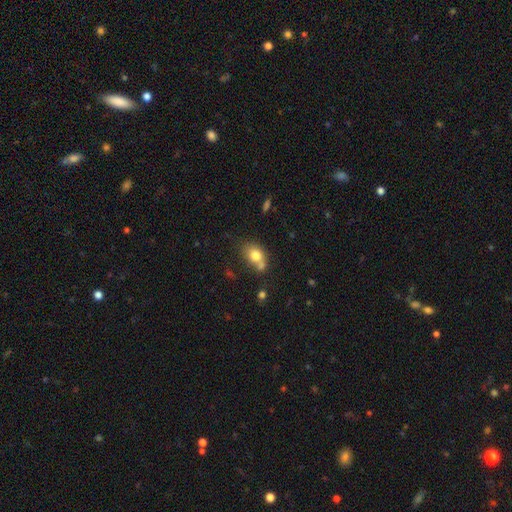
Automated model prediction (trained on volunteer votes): The model was most divided on "merging": none: 40%, merger: 36%, minor disturbance: 17%, major disturbance: 7%. More confident: smooth or featured — smooth (76%); how rounded — in between (61%).